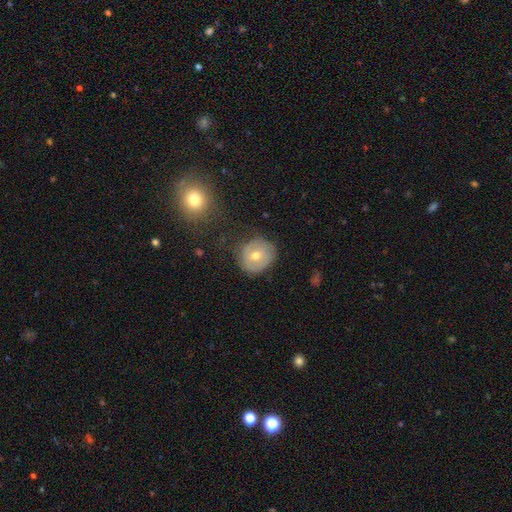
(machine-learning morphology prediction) smooth_or_featured: smooth (p=0.50) [alt: featured or disk p=0.41]
how_rounded: round (p=0.83) [alt: in between p=0.16]
merging: none (p=0.74) [alt: minor disturbance p=0.19]